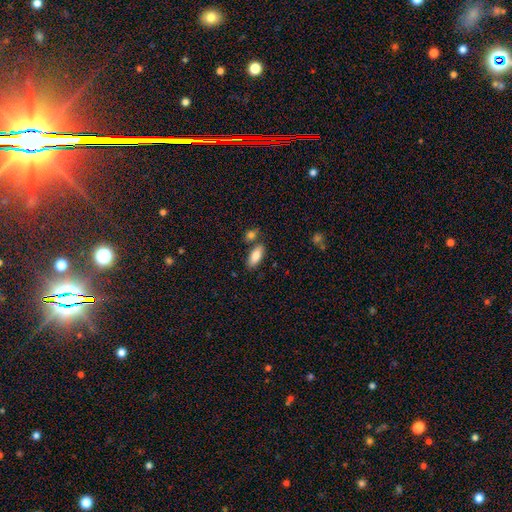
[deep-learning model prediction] smooth_or_featured: smooth (p=0.85) [alt: featured or disk p=0.09]
how_rounded: in between (p=0.81) [alt: cigar-shaped p=0.17]
merging: none (p=0.71) [alt: merger p=0.14]